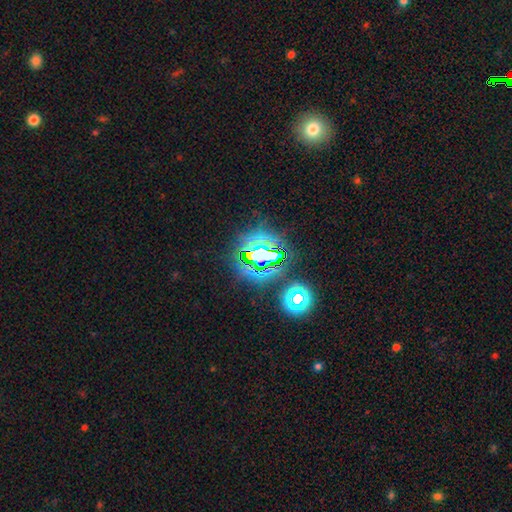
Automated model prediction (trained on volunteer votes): Q: Smooth or featured?
A: star or artifact (72%); runner-up: smooth (15%)